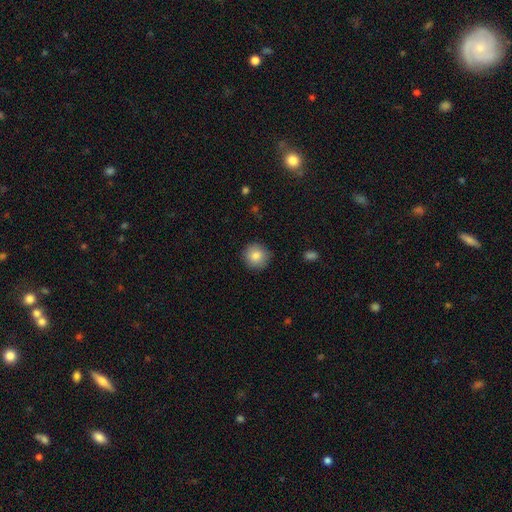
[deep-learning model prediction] A smooth galaxy with no disk features (84%) that is round (93%). Merging: none (88%).